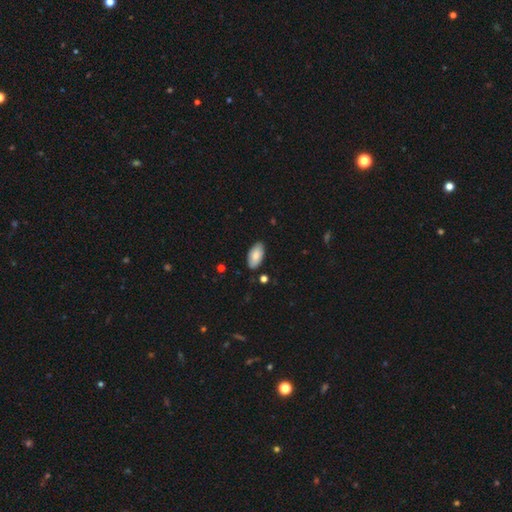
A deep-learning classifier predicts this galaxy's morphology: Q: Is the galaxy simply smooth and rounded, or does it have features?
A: smooth — 83%.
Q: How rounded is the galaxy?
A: in between — 95%.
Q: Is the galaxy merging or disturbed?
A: none — 85%.